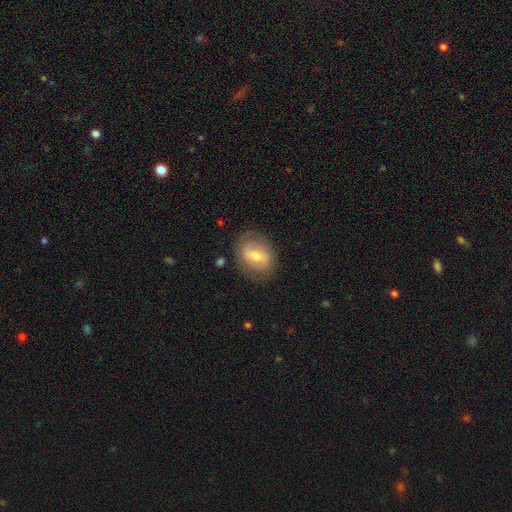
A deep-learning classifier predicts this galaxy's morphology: This is possibly a featured or disk galaxy (48%). Merging: likely none (77%).